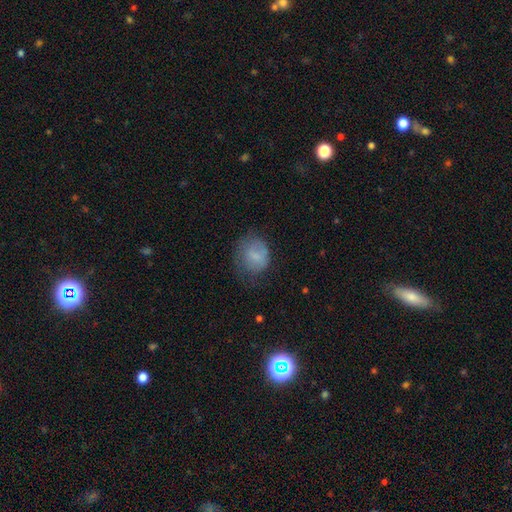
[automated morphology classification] This appears to be a smooth galaxy with no disk features (74%) that is round (67%). Merging: none (50%).